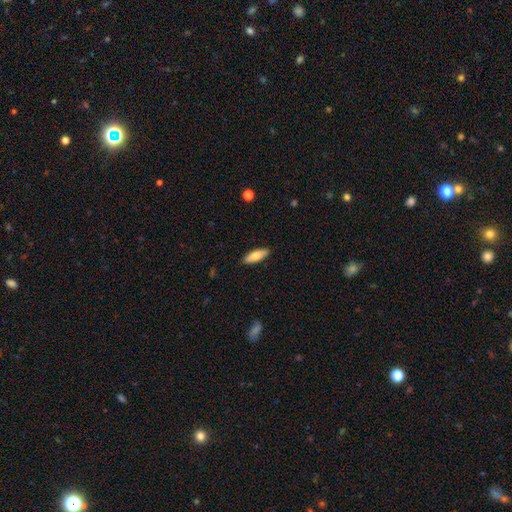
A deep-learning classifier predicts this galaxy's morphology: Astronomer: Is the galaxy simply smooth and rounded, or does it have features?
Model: smooth — 79%.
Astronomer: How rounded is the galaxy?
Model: in between — 64%.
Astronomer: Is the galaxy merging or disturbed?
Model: none — 89%.